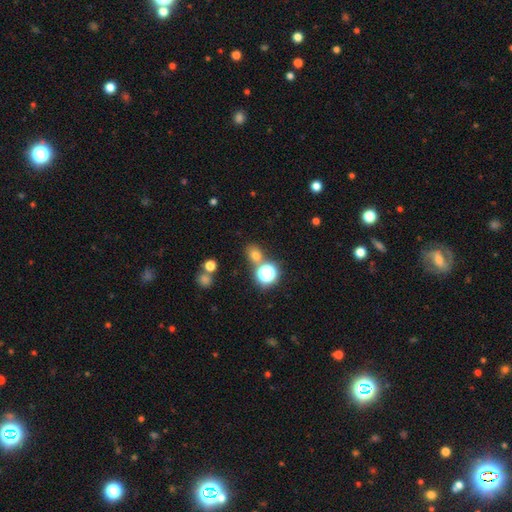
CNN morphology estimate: type=smooth (67%); roundness=round (62%); merging=none (70%).